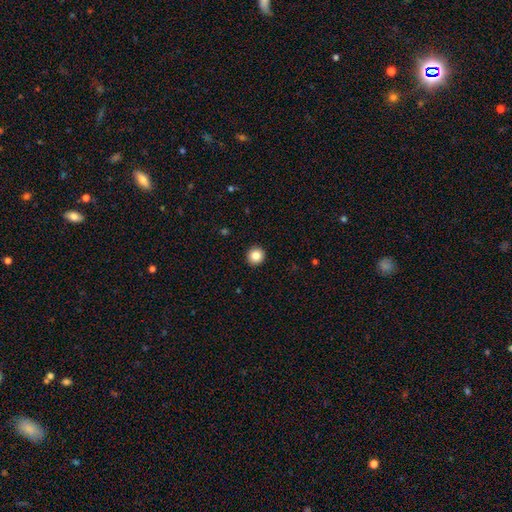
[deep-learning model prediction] Q: Smooth or featured?
A: smooth (85%); runner-up: star or artifact (10%)
Q: How rounded?
A: round (94%); runner-up: in between (5%)
Q: Merging?
A: none (94%); runner-up: minor disturbance (4%)